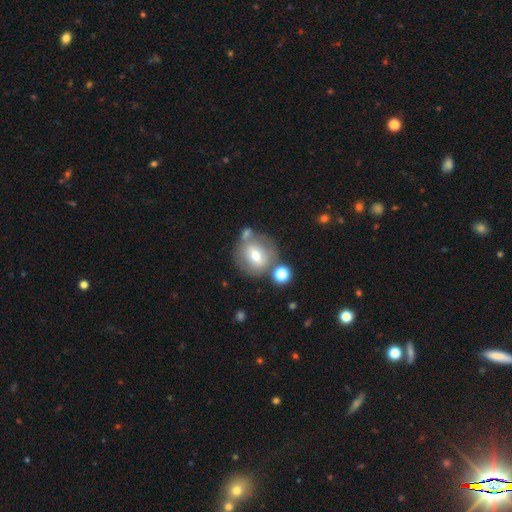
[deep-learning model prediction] This appears to be a smooth galaxy with no disk features (54%) that is round (78%). Merging: none (58%).